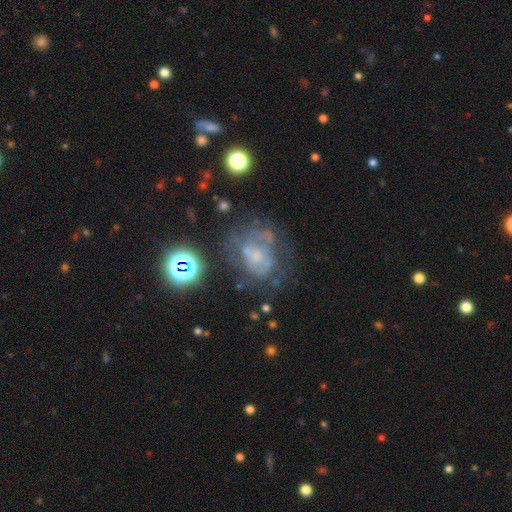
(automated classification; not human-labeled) Smooth or featured?
  - featured or disk: 55% *
  - smooth: 26%
  - star or artifact: 19%
Edge-on disk?
  - no: 98% *
  - yes: 2%
Bar?
  - no: 85% *
  - weak: 12%
  - strong: 3%
Spiral arms?
  - no: 68% *
  - yes: 32%
Bulge size?
  - small: 38% *
  - none: 28%
  - moderate: 28%
  - large: 5%
  - dominant: 2%
Merging?
  - none: 41% *
  - major disturbance: 28%
  - minor disturbance: 23%
  - merger: 9%